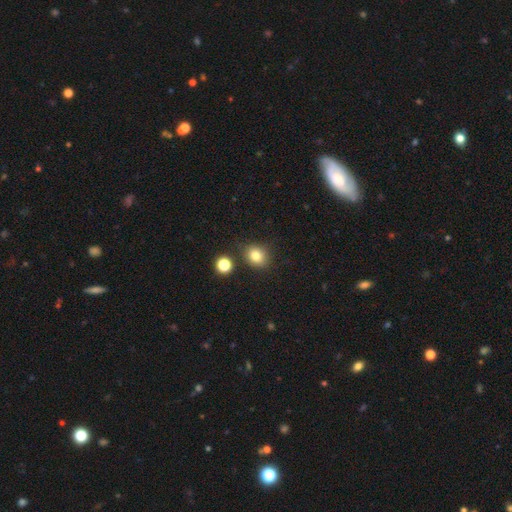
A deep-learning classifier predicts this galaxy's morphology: A smooth galaxy with no disk features (80%) that is round (72%). Merging: none (81%).